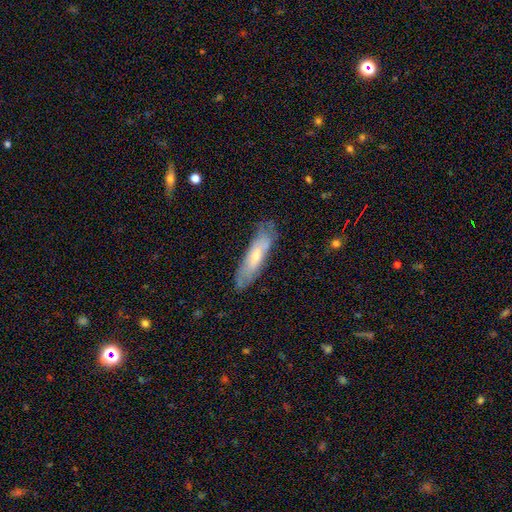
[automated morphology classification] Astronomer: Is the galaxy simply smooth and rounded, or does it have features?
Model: smooth — 54% (runner-up: featured or disk, 40%).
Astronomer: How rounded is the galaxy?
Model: cigar-shaped — 67%.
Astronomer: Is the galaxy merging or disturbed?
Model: none — 72%.